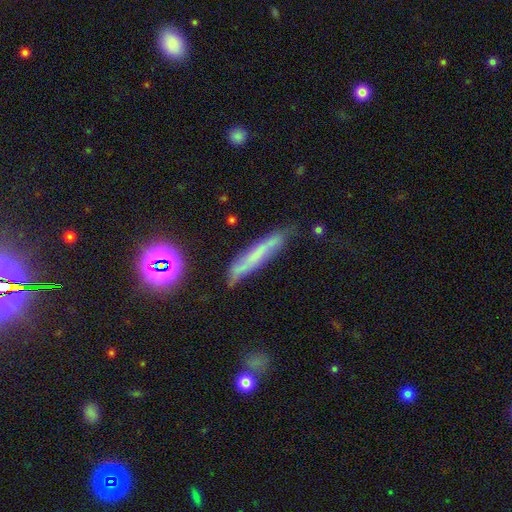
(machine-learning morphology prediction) Smooth or featured? Predicted: smooth (p=0.49). Merging? Predicted: none (p=0.69).